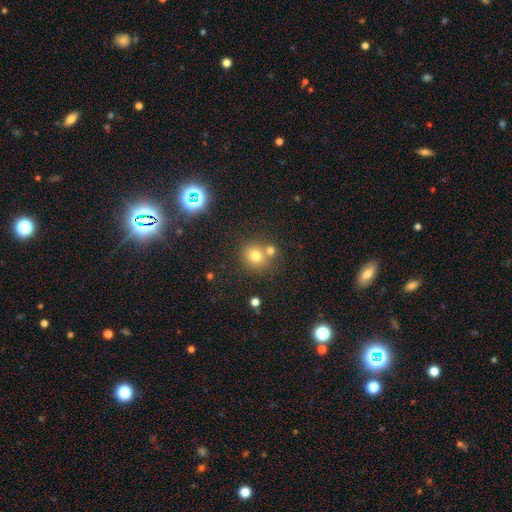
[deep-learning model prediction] Morphology: type=smooth (74%); roundness=round (86%); merging=none (61%).